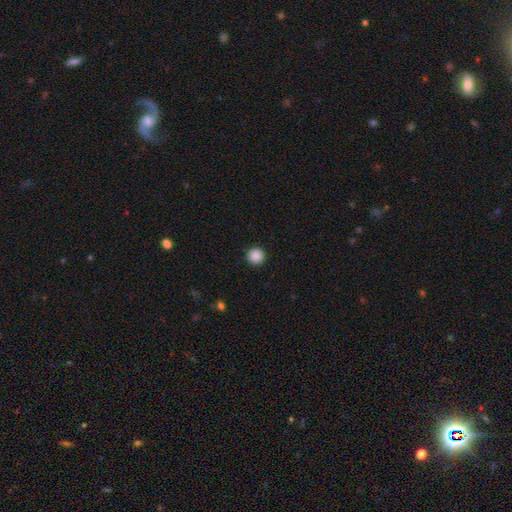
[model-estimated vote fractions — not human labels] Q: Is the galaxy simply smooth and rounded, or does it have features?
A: smooth — 88%.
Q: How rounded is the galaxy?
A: round — 96%.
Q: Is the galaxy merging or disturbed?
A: none — 93%.